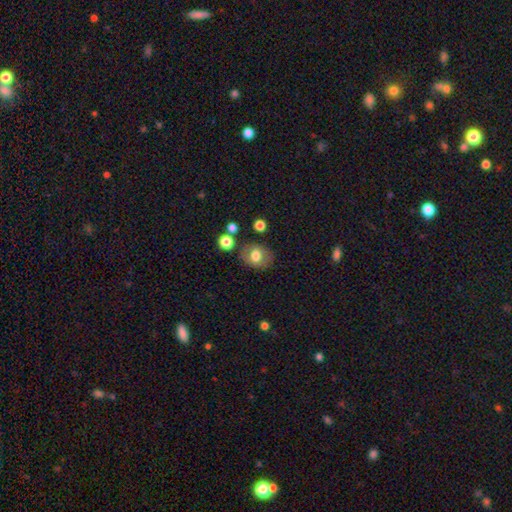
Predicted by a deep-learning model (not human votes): Morphology: type=smooth (72%); roundness=round (51%); merging=none (77%).